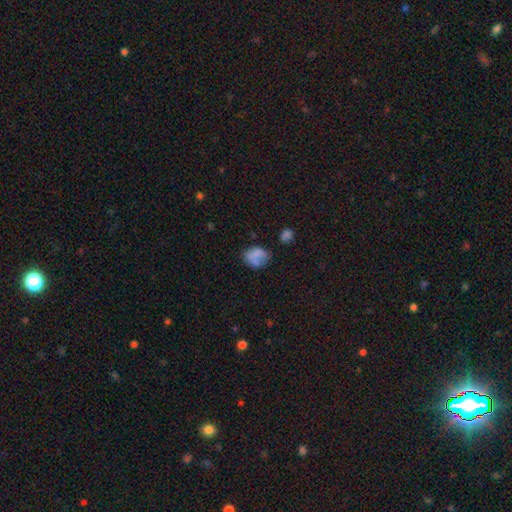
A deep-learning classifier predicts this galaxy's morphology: This is likely a smooth galaxy (68%). How rounded: likely in between (64%). Merging: marginally none (44%).